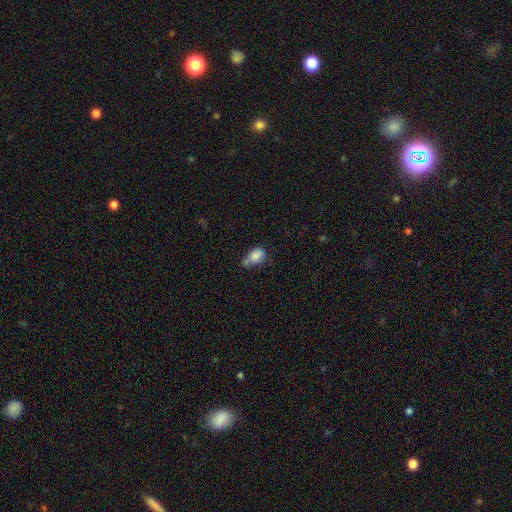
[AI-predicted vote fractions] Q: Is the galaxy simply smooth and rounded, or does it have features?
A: smooth — 82%.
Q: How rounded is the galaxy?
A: in between — 71%.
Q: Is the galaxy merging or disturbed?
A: none — 36%.